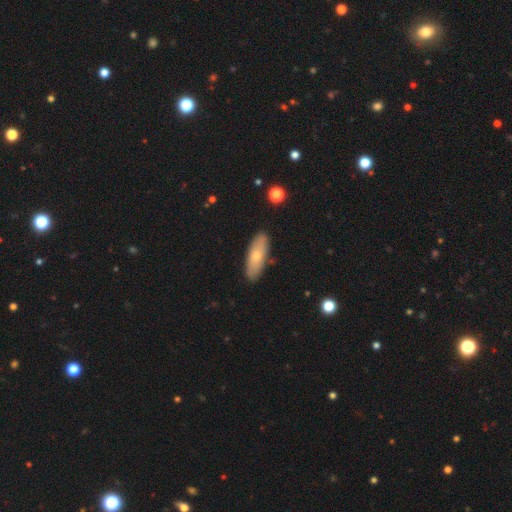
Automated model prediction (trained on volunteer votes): Smooth or featured? Predicted: smooth (p=0.62). How rounded? Predicted: in between (p=0.59). Merging? Predicted: none (p=0.87).